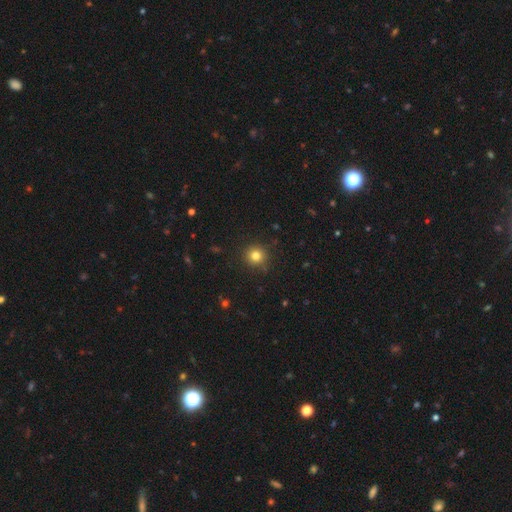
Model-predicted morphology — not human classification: A smooth galaxy with no disk features (81%) that is round (94%). Merging: none (89%).